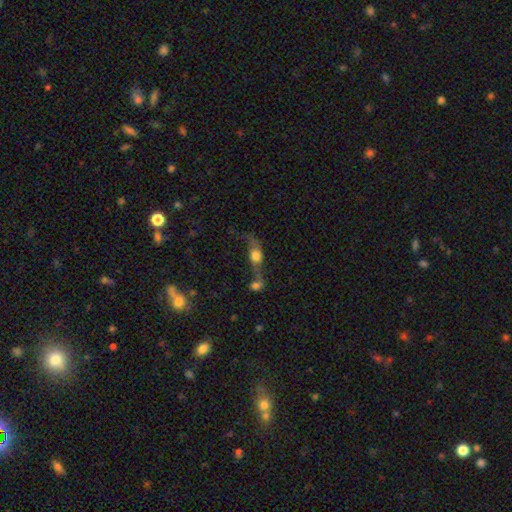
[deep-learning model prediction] Smooth or featured?
  - smooth: 47% *
  - featured or disk: 41%
  - star or artifact: 12%
Merging?
  - merger: 53% *
  - none: 22%
  - major disturbance: 14%
  - minor disturbance: 11%